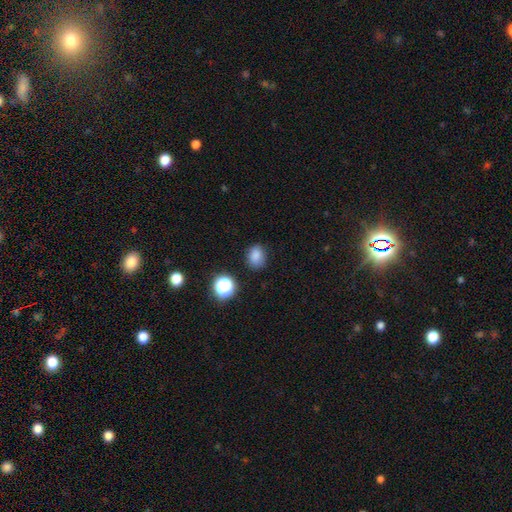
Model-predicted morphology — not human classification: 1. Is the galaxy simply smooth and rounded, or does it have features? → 81% smooth, 13% star or artifact, 6% featured or disk.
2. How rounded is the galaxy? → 57% in between, 42% round, 1% cigar-shaped.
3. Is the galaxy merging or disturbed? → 79% none, 15% minor disturbance, 4% major disturbance, 3% merger.